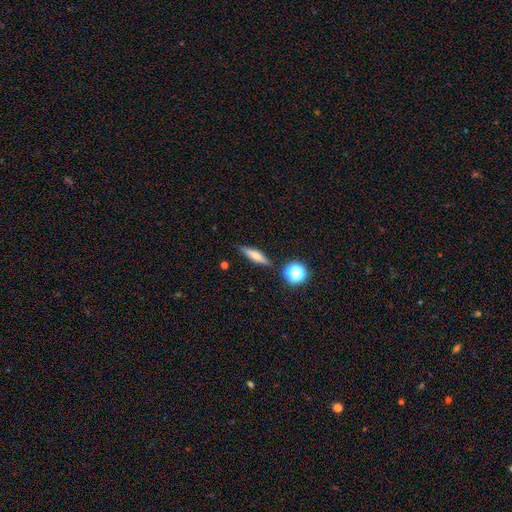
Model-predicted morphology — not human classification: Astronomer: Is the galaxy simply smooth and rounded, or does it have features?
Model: smooth — 56% (runner-up: featured or disk, 34%).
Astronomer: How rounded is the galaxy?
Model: cigar-shaped — 74%.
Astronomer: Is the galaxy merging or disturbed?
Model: none — 86%.